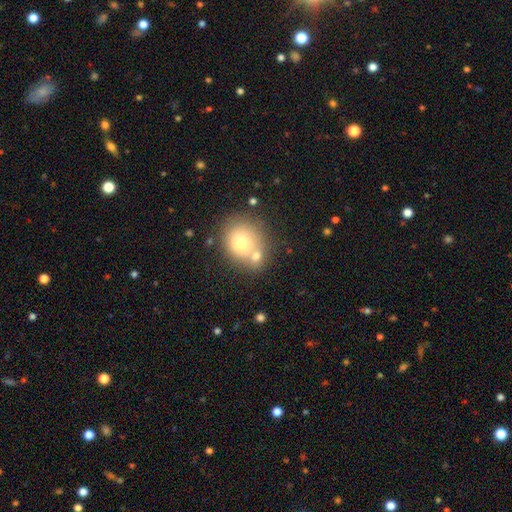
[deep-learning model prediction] A smooth galaxy with no disk features (72%) that is round (73%).

Vote fractions:
- Smooth or featured? smooth: 72% / featured or disk: 17% / star or artifact: 11%
- How rounded? round: 73% / in between: 26% / cigar-shaped: 1%
- Merging? none: 49% / merger: 34% / minor disturbance: 12% / major disturbance: 5%